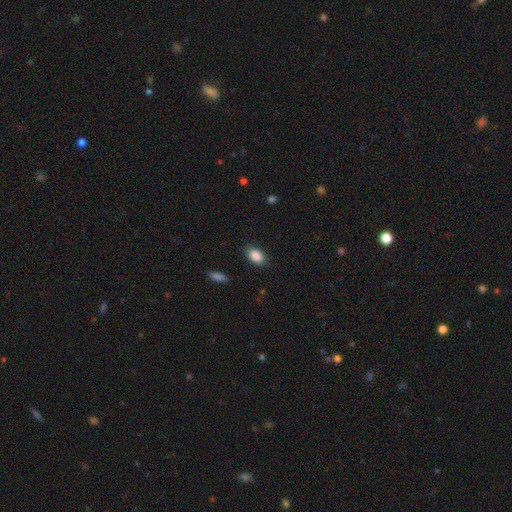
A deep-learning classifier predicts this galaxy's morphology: Smooth or featured: smooth — 88% (star or artifact — 7%)
How rounded: in between — 90% (round — 8%)
Merging: none — 86% (minor disturbance — 10%)